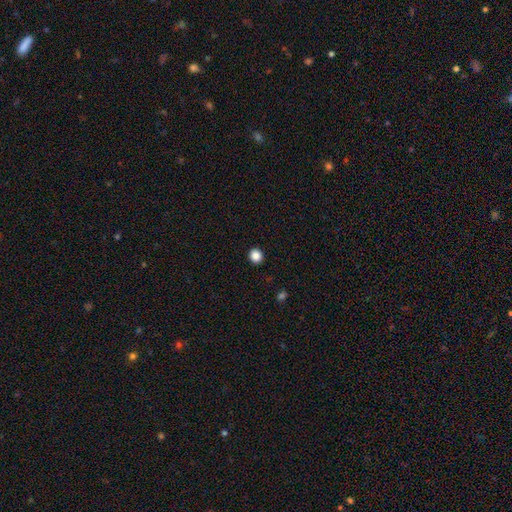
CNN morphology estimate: Smooth or featured: smooth — 86% (star or artifact — 11%)
How rounded: round — 85% (in between — 14%)
Merging: none — 92% (minor disturbance — 5%)